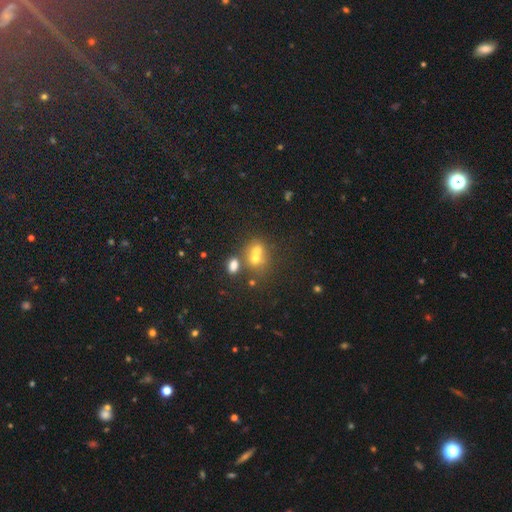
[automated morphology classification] Smooth or featured? Predicted: smooth (p=0.55). How rounded? Predicted: round (p=0.66). Merging? Predicted: merger (p=0.52).